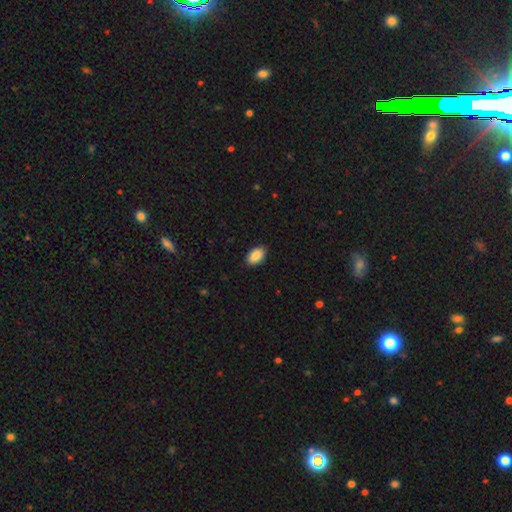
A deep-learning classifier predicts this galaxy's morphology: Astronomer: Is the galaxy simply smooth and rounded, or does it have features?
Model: smooth — 89%.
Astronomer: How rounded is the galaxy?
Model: in between — 91%.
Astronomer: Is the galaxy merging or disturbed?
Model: none — 89%.